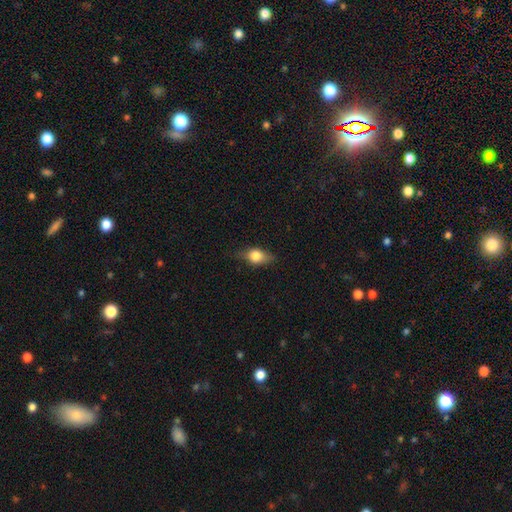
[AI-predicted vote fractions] The model was most divided on "smooth or featured": smooth: 61%, featured or disk: 30%, star or artifact: 9%. More confident: merging — none (74%); how rounded — in between (67%).